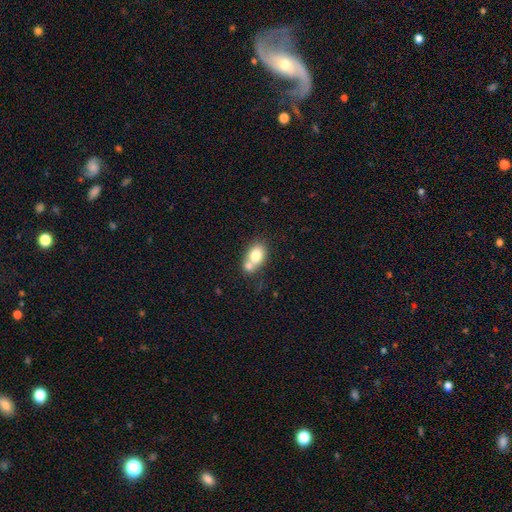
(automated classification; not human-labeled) Morphology: type=smooth (75%); roundness=in between (68%); merging=merger (54%).